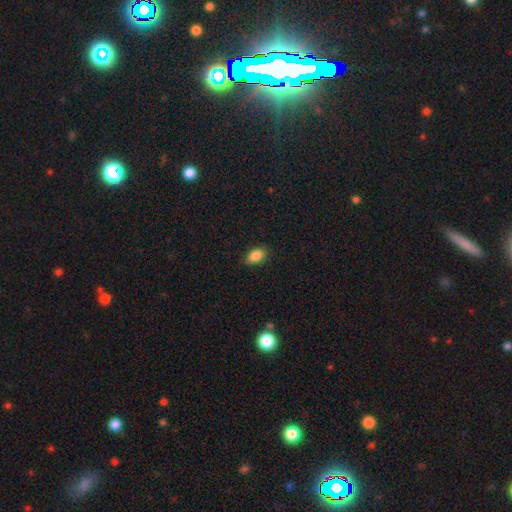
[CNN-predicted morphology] smooth_or_featured: smooth (p=0.87) [alt: star or artifact p=0.08]
how_rounded: in between (p=0.87) [alt: round p=0.11]
merging: none (p=0.85) [alt: minor disturbance p=0.11]